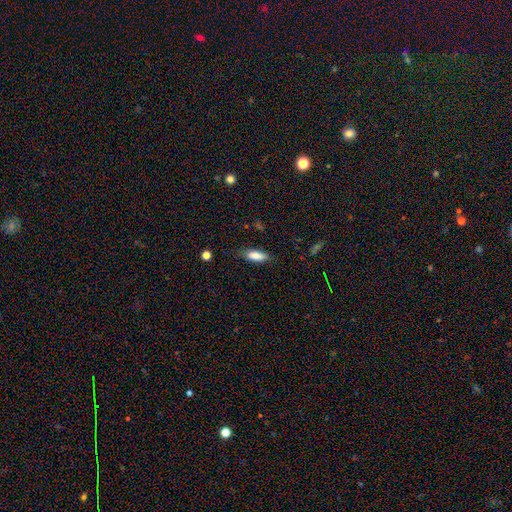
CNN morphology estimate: smooth_or_featured: smooth (p=0.83) [alt: featured or disk p=0.09]
how_rounded: in between (p=0.63) [alt: cigar-shaped p=0.35]
merging: none (p=0.78) [alt: minor disturbance p=0.17]